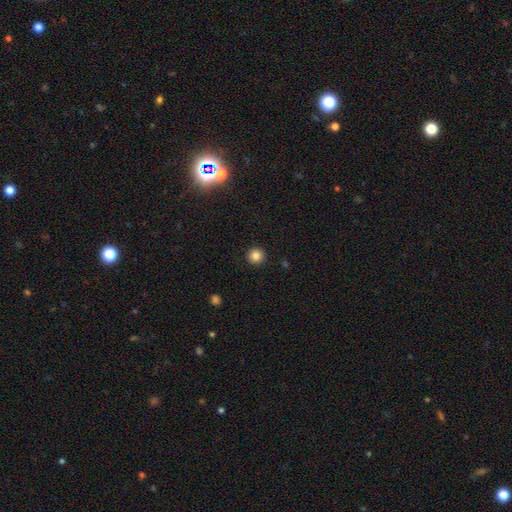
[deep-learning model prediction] smooth_or_featured: smooth (p=0.83) [alt: star or artifact p=0.12]
how_rounded: round (p=0.95) [alt: in between p=0.04]
merging: none (p=0.93) [alt: minor disturbance p=0.05]